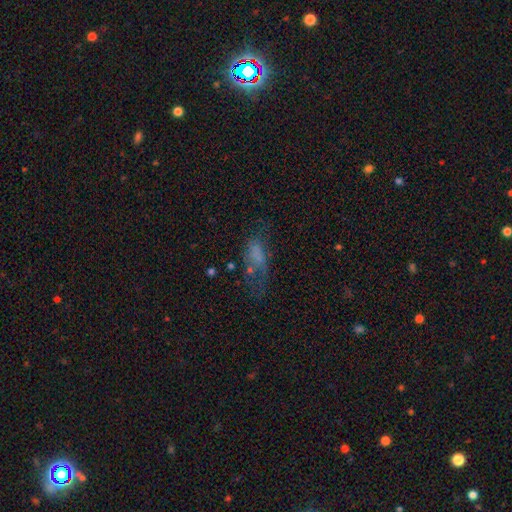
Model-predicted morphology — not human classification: A smooth galaxy with no disk features (48%).

Vote fractions:
- Smooth or featured? smooth: 48% / featured or disk: 30% / star or artifact: 21%
- Merging? none: 37% / major disturbance: 36% / minor disturbance: 22% / merger: 6%